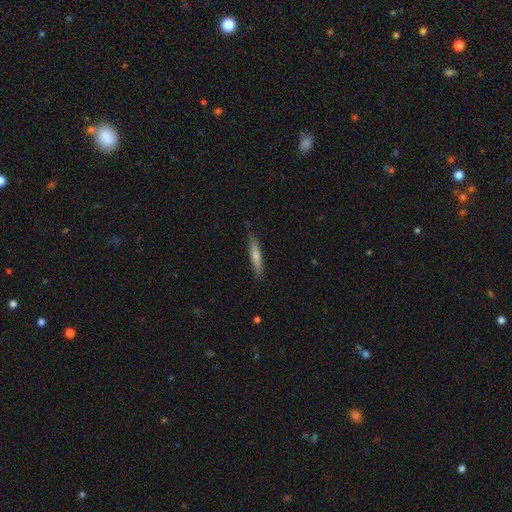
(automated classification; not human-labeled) A smooth galaxy with no disk features (58%) that is cigar-shaped (93%). Merging: none (88%).